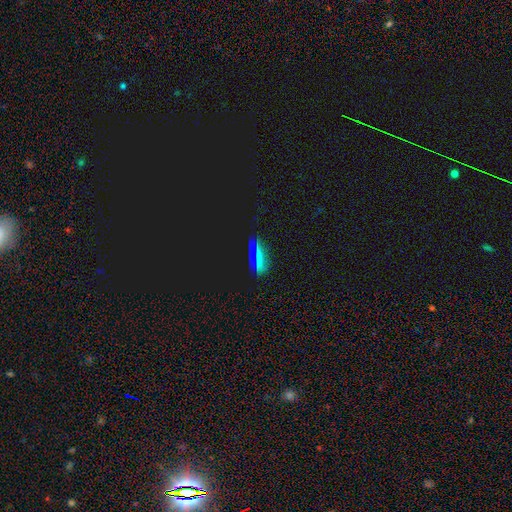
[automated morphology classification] Smooth or featured?
  - smooth: 44% *
  - star or artifact: 43%
  - featured or disk: 12%
Merging?
  - none: 82% *
  - minor disturbance: 11%
  - major disturbance: 4%
  - merger: 3%